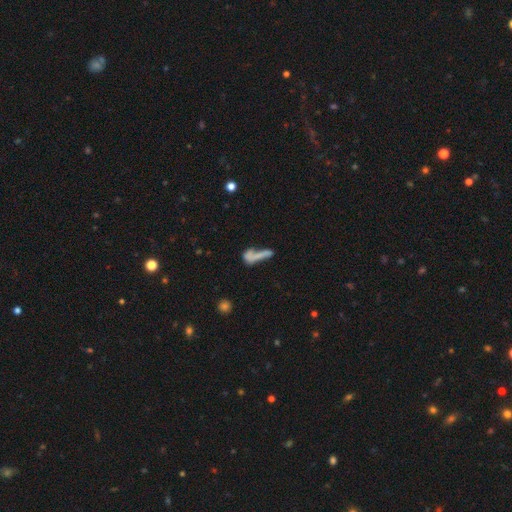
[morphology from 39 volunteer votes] Q: Smooth or featured?
A: smooth (67%); runner-up: featured or disk (21%)
Q: How rounded?
A: cigar-shaped (73%); runner-up: in between (23%)
Q: Merging?
A: merger (41%); runner-up: none (32%)